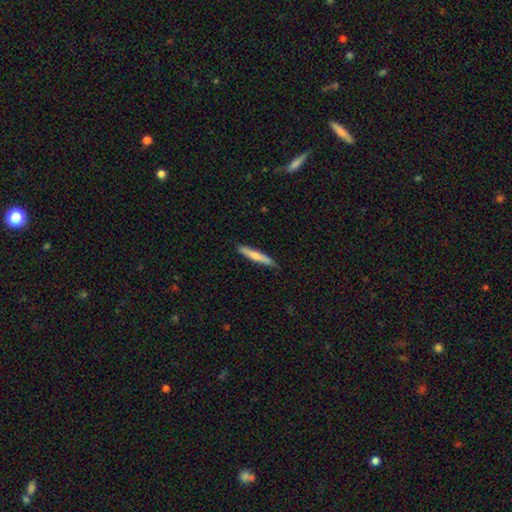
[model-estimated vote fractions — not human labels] smooth 67%, featured or disk 28%, star or artifact 5%. Down the decision tree: how rounded — cigar-shaped (94%); merging — none (86%).